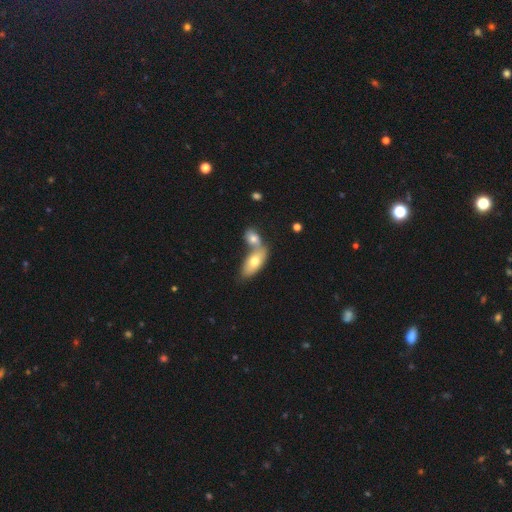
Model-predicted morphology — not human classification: This is possibly a smooth galaxy (53%). How rounded: likely in between (77%). Merging: possibly merger (49%).